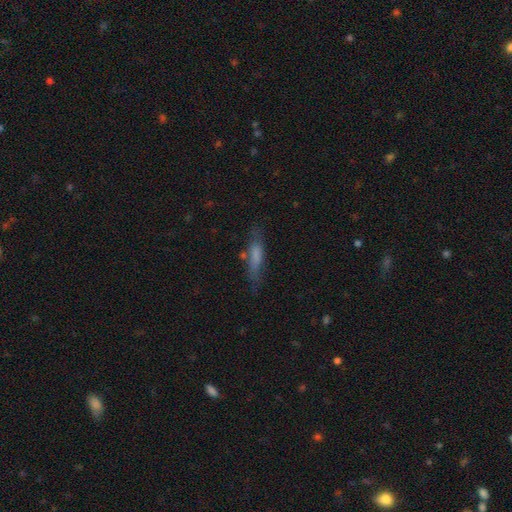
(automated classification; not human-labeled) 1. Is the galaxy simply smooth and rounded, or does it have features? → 62% smooth, 29% featured or disk, 9% star or artifact.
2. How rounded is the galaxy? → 79% cigar-shaped, 19% in between, 2% round.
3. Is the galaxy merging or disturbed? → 64% none, 23% minor disturbance, 9% major disturbance, 5% merger.